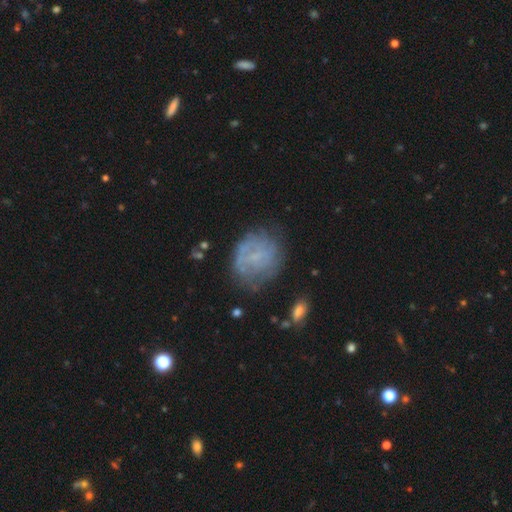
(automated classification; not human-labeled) Smooth or featured? Predicted: featured or disk (p=0.49). Merging? Predicted: none (p=0.61).